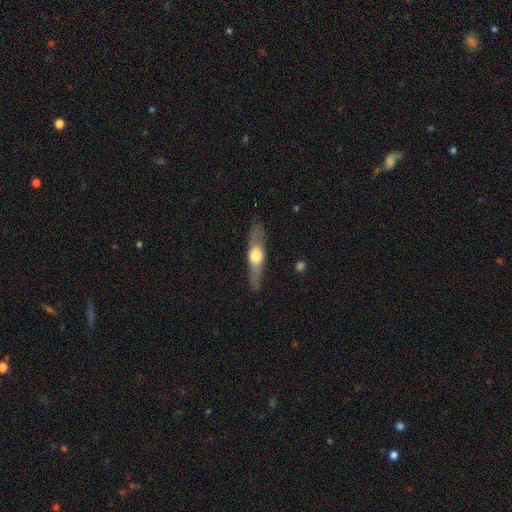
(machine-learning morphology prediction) This appears to be a featured or disk galaxy (60%) viewed edge-on (86%) with a rounded central bulge (92%). Merging: none (82%).